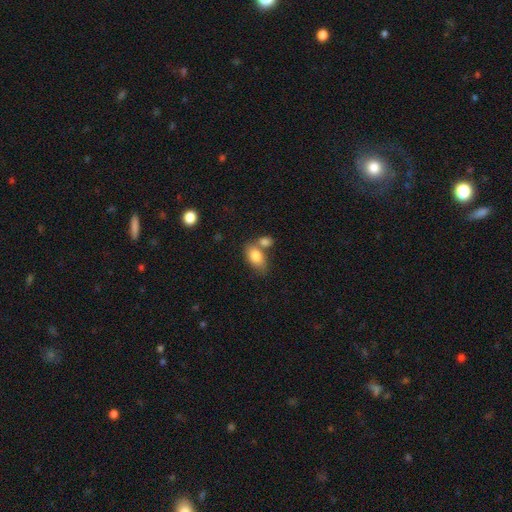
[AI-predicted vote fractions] A smooth galaxy with no disk features (82%) that is in between round and cigar-shaped (89%). Merging: none (42%).